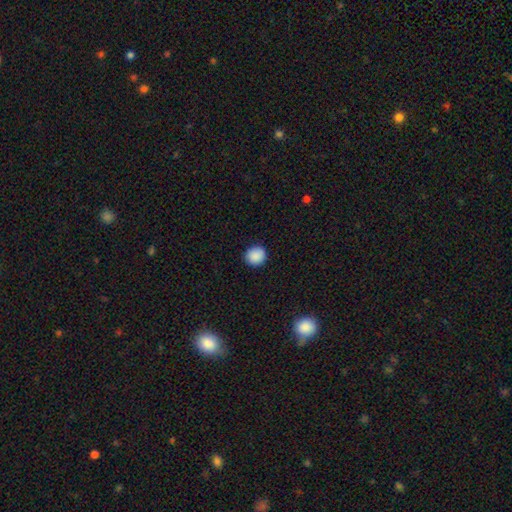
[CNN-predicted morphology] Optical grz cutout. It shows a smooth galaxy with no disk features (89%) that is round (86%). Merging: none (90%).